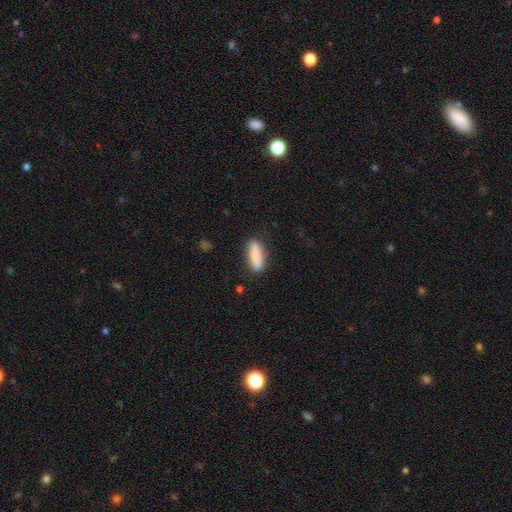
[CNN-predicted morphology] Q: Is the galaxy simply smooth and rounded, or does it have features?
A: smooth — 82%.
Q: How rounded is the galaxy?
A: cigar-shaped — 56%.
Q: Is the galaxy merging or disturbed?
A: none — 85%.